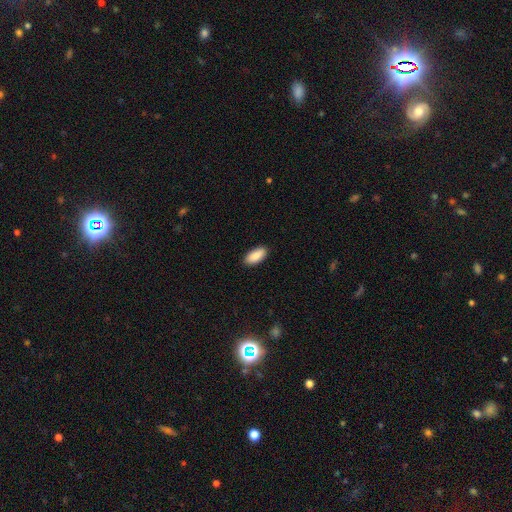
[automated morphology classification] type=smooth (90%); roundness=in between (90%); merging=none (90%).